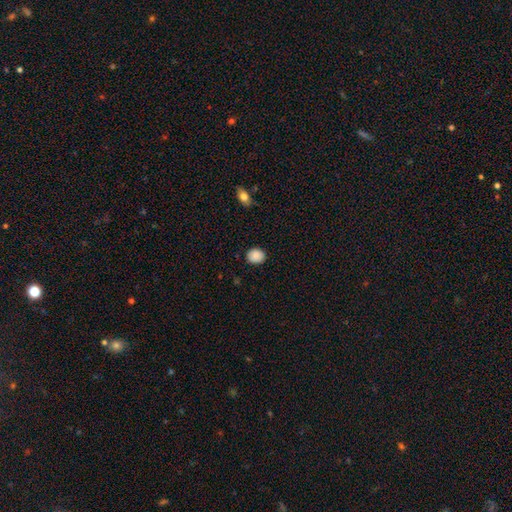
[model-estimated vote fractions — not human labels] A smooth galaxy with no disk features (88%) that is round (69%). Merging: none (88%).